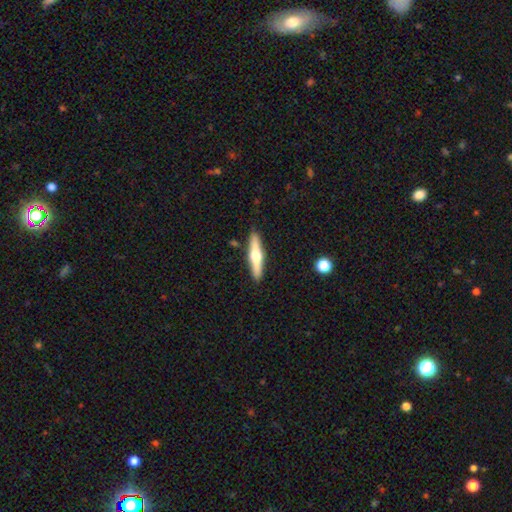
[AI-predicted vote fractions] Smooth or featured?
  - featured or disk: 58% *
  - smooth: 37%
  - star or artifact: 5%
Edge-on disk?
  - yes: 95% *
  - no: 5%
Edge-on bulge?
  - rounded: 94% *
  - none: 3%
  - boxy: 3%
Merging?
  - none: 89% *
  - minor disturbance: 7%
  - merger: 2%
  - major disturbance: 2%